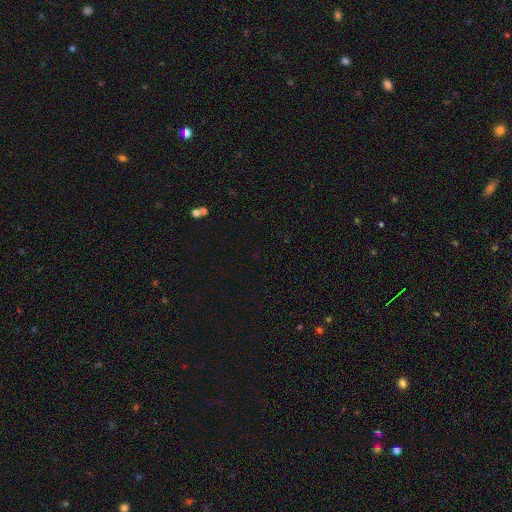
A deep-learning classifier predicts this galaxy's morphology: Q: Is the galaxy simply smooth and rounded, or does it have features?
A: star or artifact — 67%.